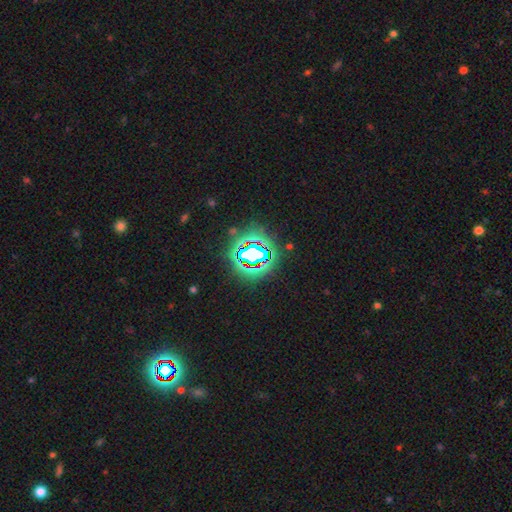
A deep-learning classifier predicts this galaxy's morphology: The model was most divided on "smooth or featured": star or artifact: 73%, smooth: 15%, featured or disk: 12%.